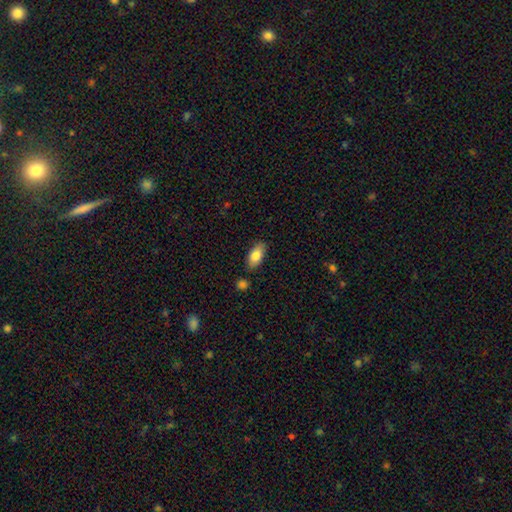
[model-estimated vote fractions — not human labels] smooth 82%, featured or disk 12%, star or artifact 6%. Down the decision tree: how rounded — in between (90%); merging — none (84%).